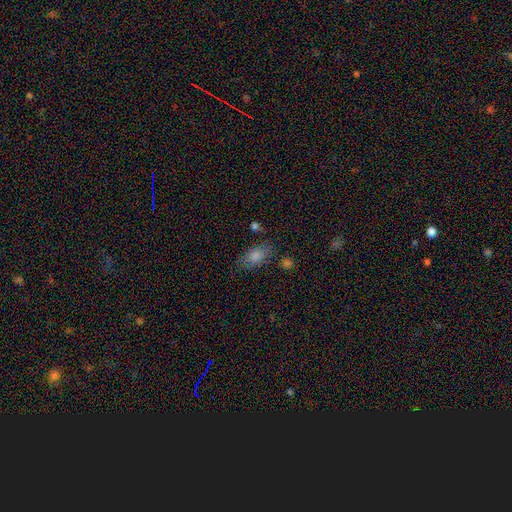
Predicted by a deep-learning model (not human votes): smooth_or_featured: smooth (p=0.73) [alt: star or artifact p=0.14]
how_rounded: in between (p=0.84) [alt: round p=0.09]
merging: none (p=0.76) [alt: minor disturbance p=0.16]